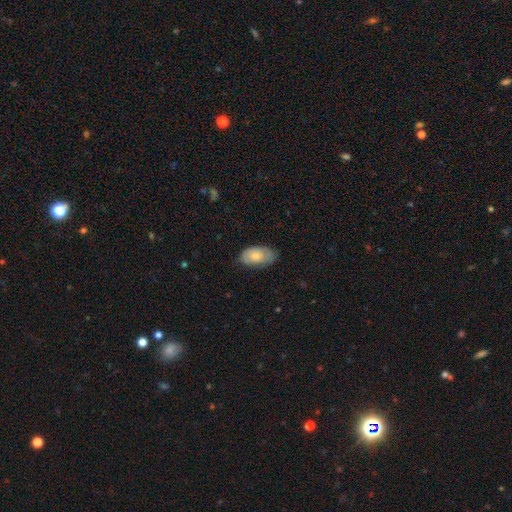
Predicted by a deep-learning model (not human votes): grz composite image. It shows a smooth galaxy with no disk features (64%) that is in between round and cigar-shaped (93%). Merging: none (66%).